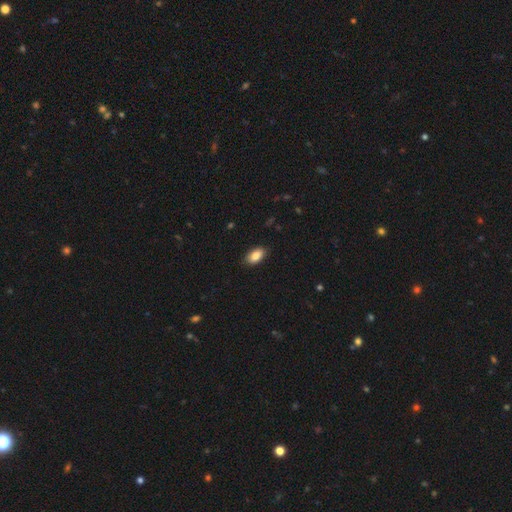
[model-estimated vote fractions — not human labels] Morphology: type=smooth (87%); roundness=in between (93%); merging=none (87%).